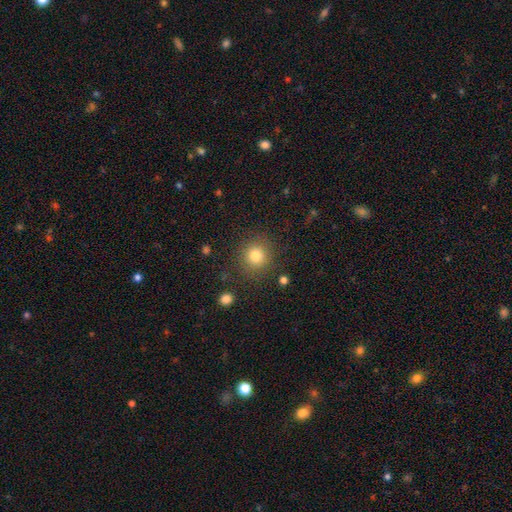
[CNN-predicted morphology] smooth 80%, star or artifact 13%, featured or disk 7%. Down the decision tree: how rounded — round (91%); merging — none (86%).